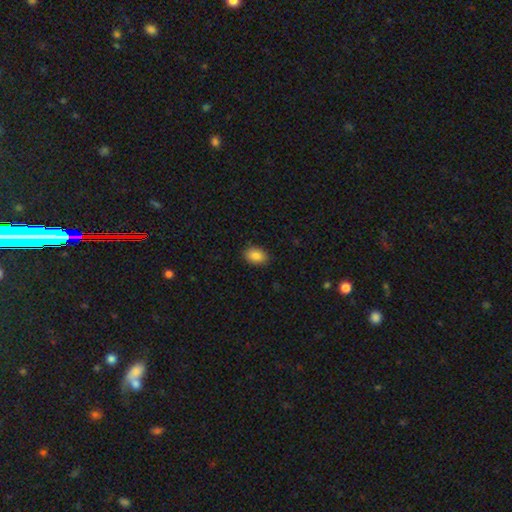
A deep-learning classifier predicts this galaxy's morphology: Smooth or featured: smooth — 87% (star or artifact — 8%)
How rounded: in between — 80% (round — 19%)
Merging: none — 88% (minor disturbance — 9%)